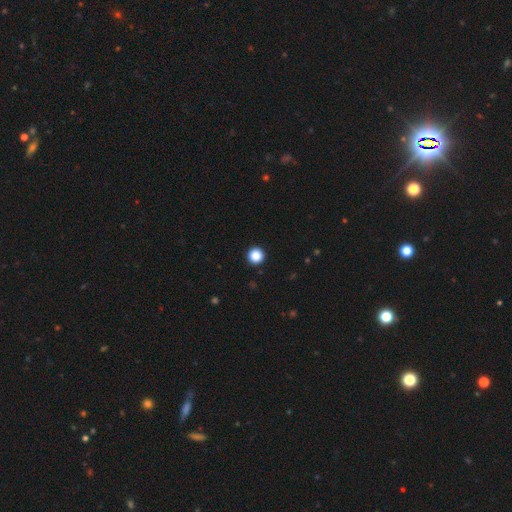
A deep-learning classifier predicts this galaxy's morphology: type=smooth (87%); roundness=round (97%); merging=none (94%).